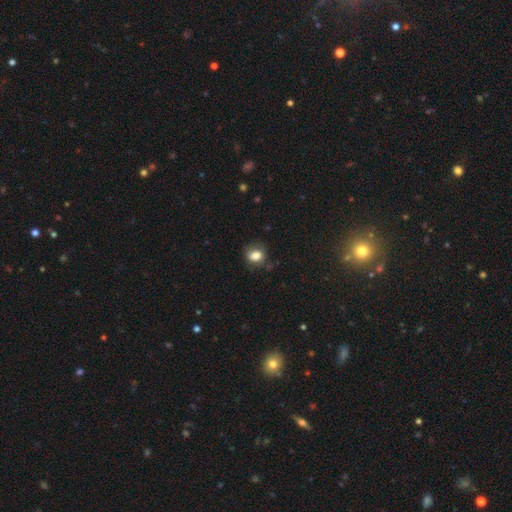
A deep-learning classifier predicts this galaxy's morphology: smooth 81%, star or artifact 10%, featured or disk 9%. Down the decision tree: how rounded — round (54%); merging — none (69%).